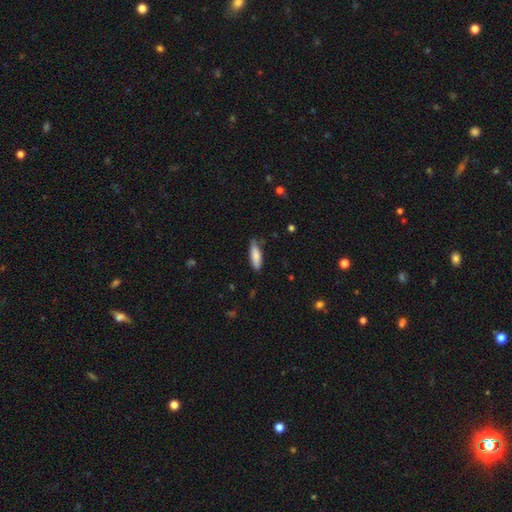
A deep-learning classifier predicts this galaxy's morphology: smooth_or_featured: smooth (p=0.84) [alt: featured or disk p=0.10]
how_rounded: cigar-shaped (p=0.49) [tied with: in between p=0.49]
merging: none (p=0.74) [alt: minor disturbance p=0.21]